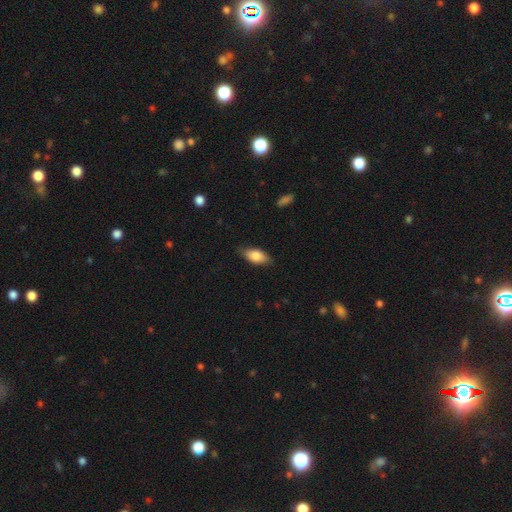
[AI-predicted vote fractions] Smooth or featured? smooth (82%)
How rounded? in between (89%)
Merging? none (80%)